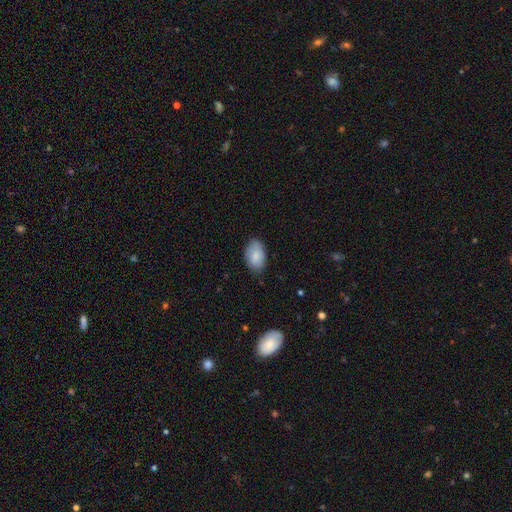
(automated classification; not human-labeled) smooth 82%, featured or disk 11%, star or artifact 6%. Down the decision tree: how rounded — in between (91%); merging — none (76%).